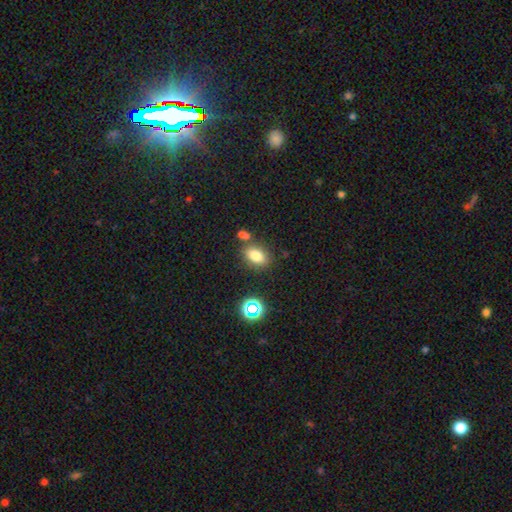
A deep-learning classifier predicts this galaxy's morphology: A smooth galaxy with no disk features (78%) that is in between round and cigar-shaped (83%).

Vote fractions:
- Smooth or featured? smooth: 78% / star or artifact: 13% / featured or disk: 9%
- How rounded? in between: 83% / round: 14% / cigar-shaped: 3%
- Merging? none: 70% / merger: 13% / minor disturbance: 13% / major disturbance: 4%